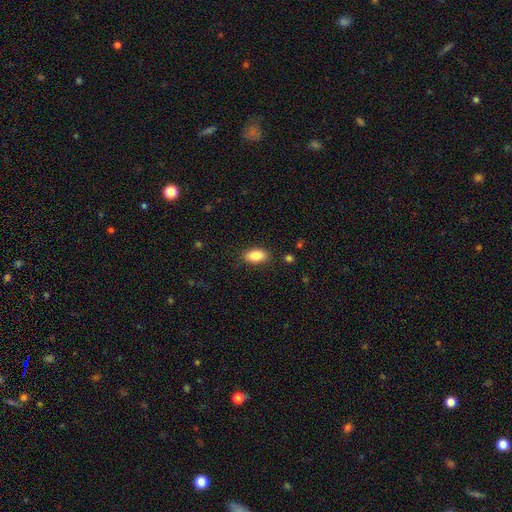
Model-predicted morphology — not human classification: Smooth or featured: smooth — 86% (star or artifact — 7%)
How rounded: in between — 91% (round — 5%)
Merging: none — 86% (minor disturbance — 10%)